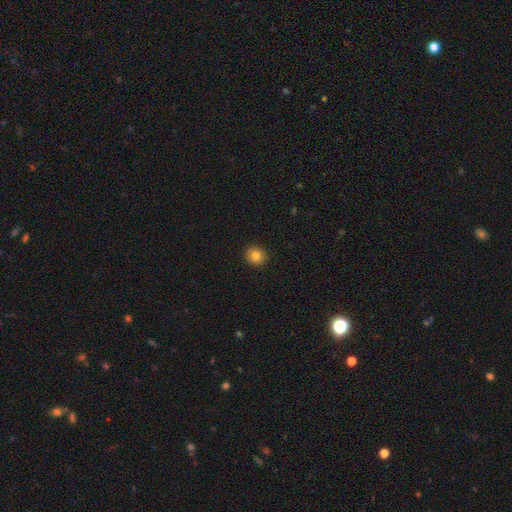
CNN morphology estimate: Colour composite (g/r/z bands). It shows a smooth galaxy with no disk features (81%) that is round (82%). Merging: none (92%).